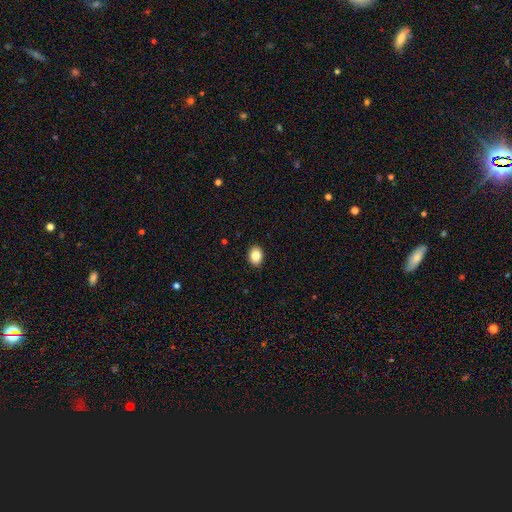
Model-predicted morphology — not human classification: smooth 85%, star or artifact 9%, featured or disk 6%. Down the decision tree: how rounded — in between (64%); merging — none (91%).